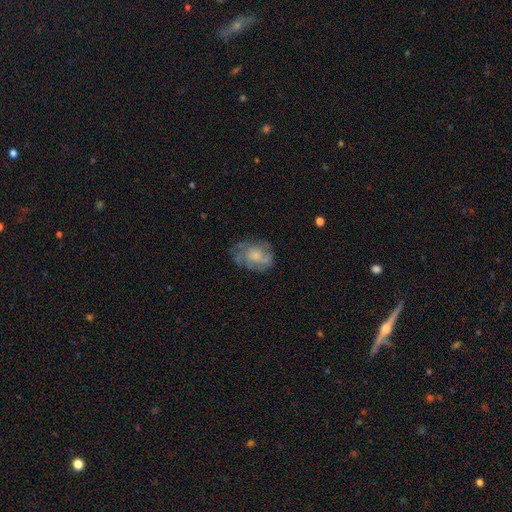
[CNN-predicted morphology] Smooth or featured: featured or disk — 67% (smooth — 25%)
Edge-on disk: no — 97% (yes — 3%)
Bar: no — 75% (weak — 22%)
Spiral arms: yes — 83% (no — 17%)
Spiral winding: tight — 41% (tied with medium — 41%)
Spiral arm count: can't tell — 39% (3 — 21%)
Bulge size: small — 44% (moderate — 34%)
Merging: none — 65% (minor disturbance — 21%)